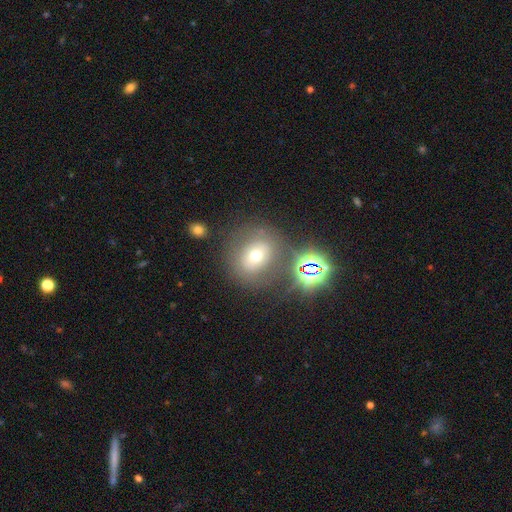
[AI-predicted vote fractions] Smooth or featured?
  - smooth: 55% *
  - featured or disk: 23%
  - star or artifact: 22%
How rounded?
  - round: 69% *
  - in between: 30%
  - cigar-shaped: 1%
Merging?
  - none: 72% *
  - minor disturbance: 13%
  - merger: 8%
  - major disturbance: 7%